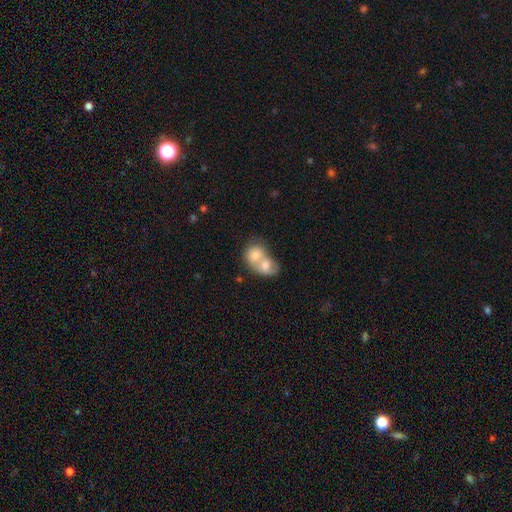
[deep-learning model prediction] Smooth or featured: smooth — 71% (featured or disk — 22%)
How rounded: in between — 51% (round — 48%)
Merging: merger — 80% (none — 13%)